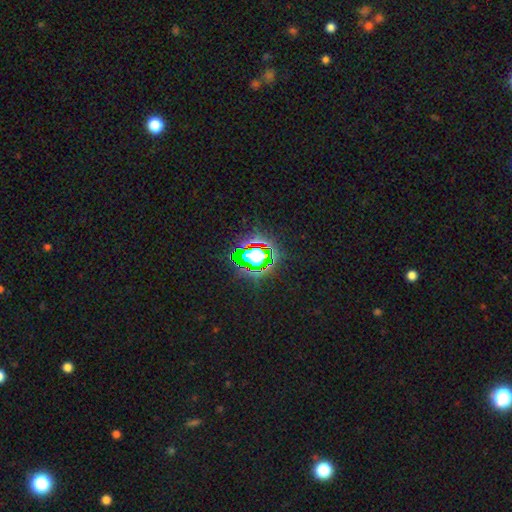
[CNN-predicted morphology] type=star or artifact (67%).